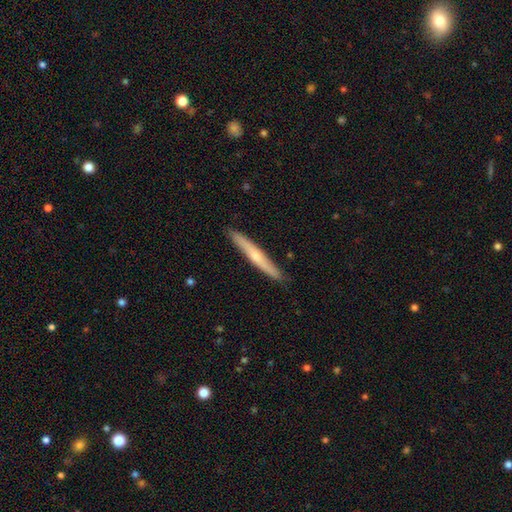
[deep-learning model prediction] The model was most divided on "smooth or featured": smooth: 48%, featured or disk: 47%, star or artifact: 5%. More confident: merging — none (90%).